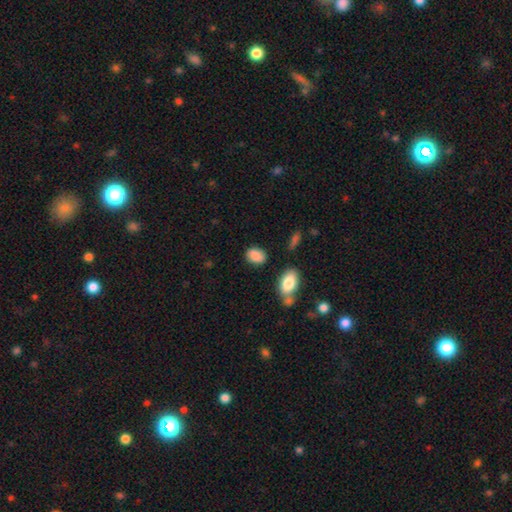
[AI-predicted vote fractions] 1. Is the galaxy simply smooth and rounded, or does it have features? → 88% smooth, 7% star or artifact, 5% featured or disk.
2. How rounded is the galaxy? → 79% in between, 20% round, 2% cigar-shaped.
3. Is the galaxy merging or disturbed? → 80% none, 13% minor disturbance, 4% merger, 3% major disturbance.